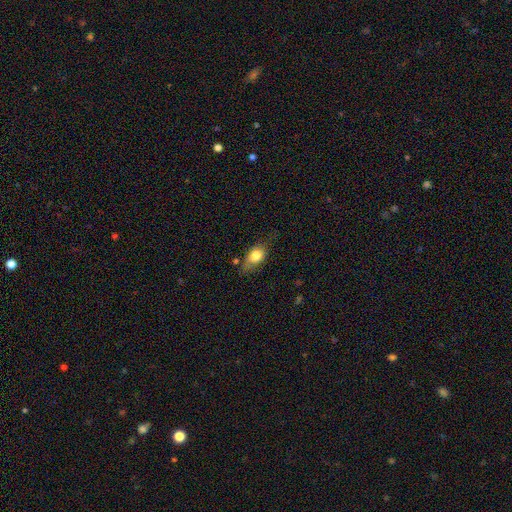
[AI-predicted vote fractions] Smooth or featured: smooth — 75% (featured or disk — 18%)
How rounded: in between — 78% (round — 15%)
Merging: none — 56% (minor disturbance — 30%)